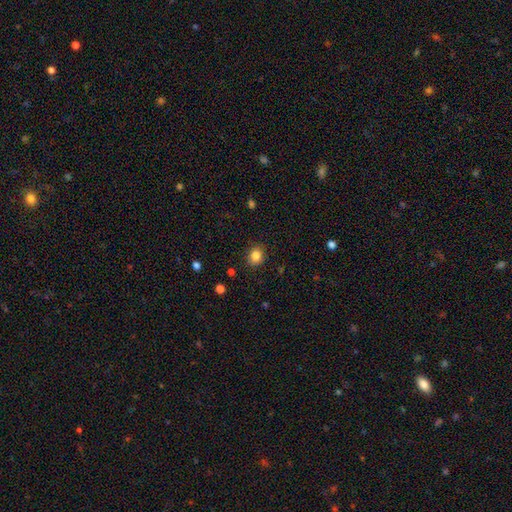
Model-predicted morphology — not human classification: Smooth or featured? smooth (84%)
How rounded? round (64%)
Merging? none (87%)